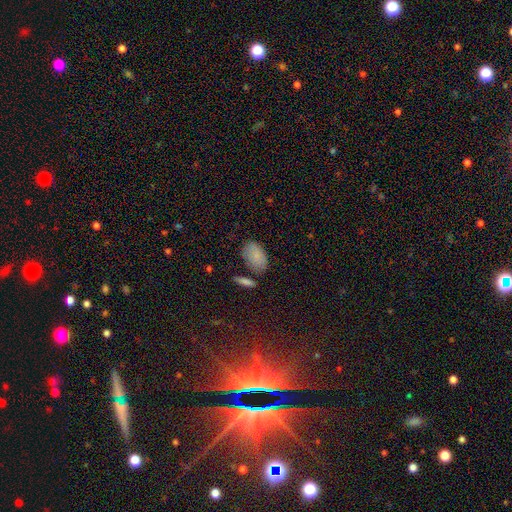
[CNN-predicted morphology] smooth 84%, featured or disk 8%, star or artifact 8%. Down the decision tree: how rounded — in between (92%); merging — none (69%).